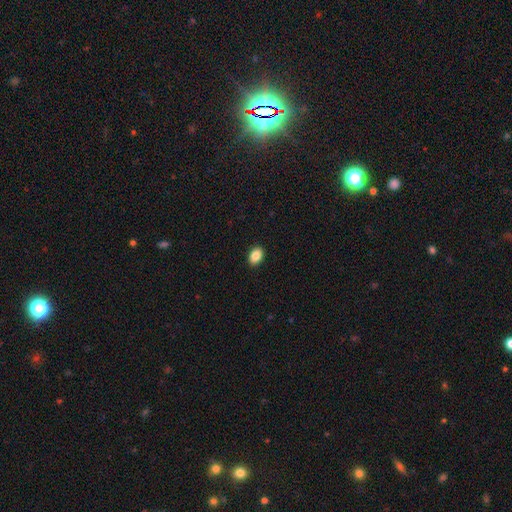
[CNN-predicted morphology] smooth 87%, star or artifact 8%, featured or disk 5%. Down the decision tree: how rounded — in between (81%); merging — none (91%).